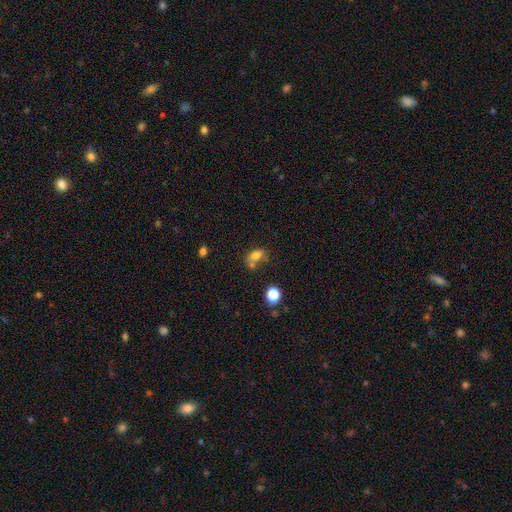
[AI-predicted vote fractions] smooth 75%, star or artifact 14%, featured or disk 12%. Down the decision tree: how rounded — in between (70%); merging — none (44%).